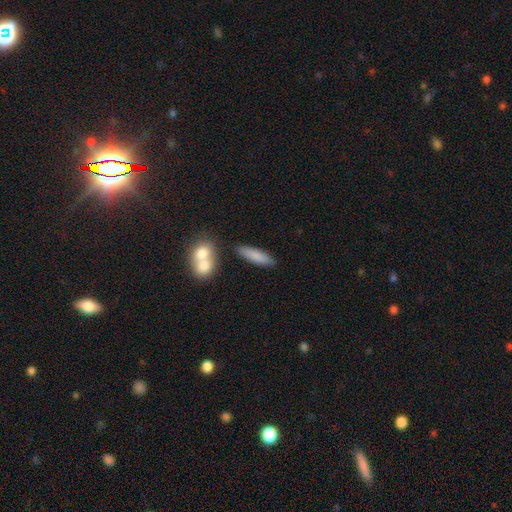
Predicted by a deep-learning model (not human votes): Smooth or featured?
  - smooth: 80% *
  - featured or disk: 13%
  - star or artifact: 7%
How rounded?
  - cigar-shaped: 64% *
  - in between: 33%
  - round: 2%
Merging?
  - none: 78% *
  - minor disturbance: 10%
  - merger: 9%
  - major disturbance: 3%